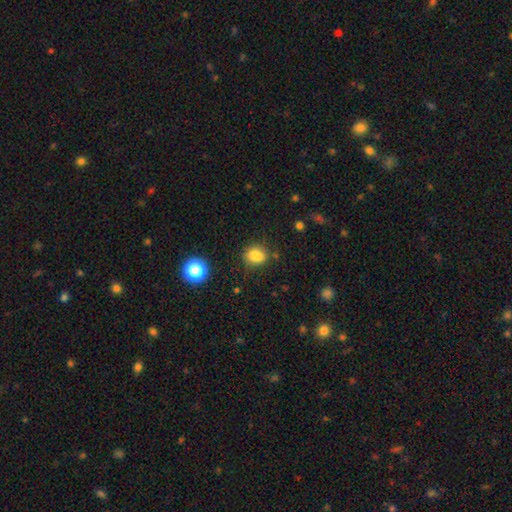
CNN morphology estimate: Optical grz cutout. It shows a smooth galaxy with no disk features (84%) that is in between round and cigar-shaped (60%). Merging: none (74%).